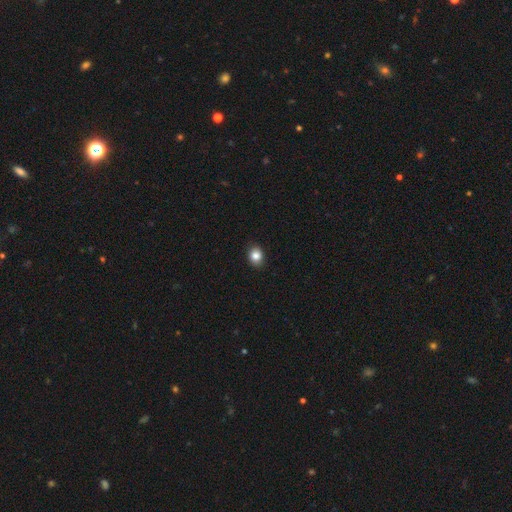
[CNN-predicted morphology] Q: Smooth or featured?
A: smooth (85%); runner-up: star or artifact (10%)
Q: How rounded?
A: round (50%); runner-up: in between (49%)
Q: Merging?
A: none (90%); runner-up: minor disturbance (7%)